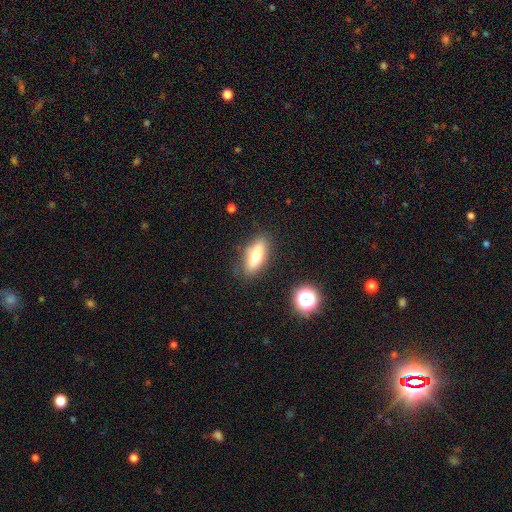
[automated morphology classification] type=smooth (68%); roundness=in between (67%); merging=none (83%).